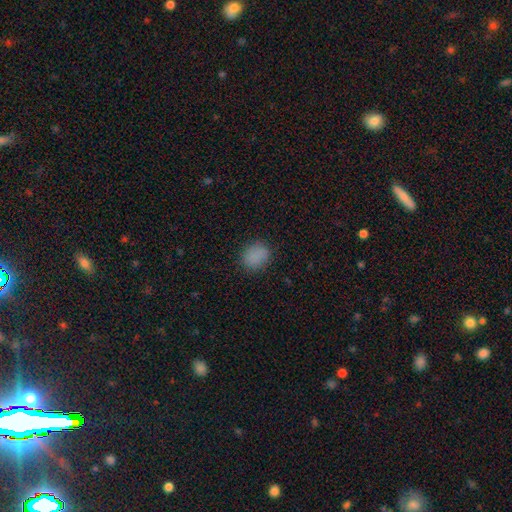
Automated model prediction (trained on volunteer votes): Overall: smooth (84%). How rounded: round (57%; in between 42%). Merging: none (84%).